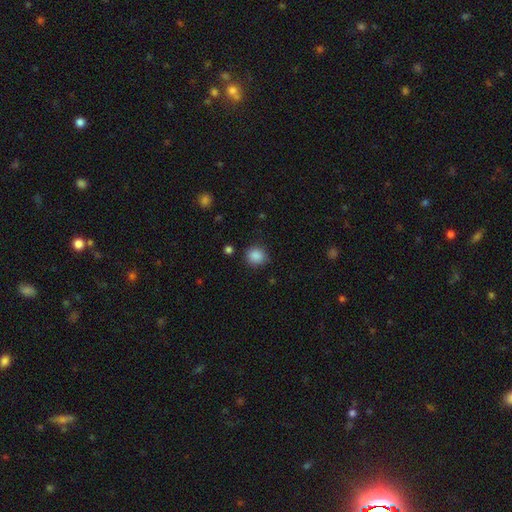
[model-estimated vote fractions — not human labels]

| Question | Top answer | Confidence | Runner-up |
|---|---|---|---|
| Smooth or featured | smooth | 87% | star or artifact (10%) |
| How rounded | round | 81% | in between (18%) |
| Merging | none | 84% | minor disturbance (11%) |